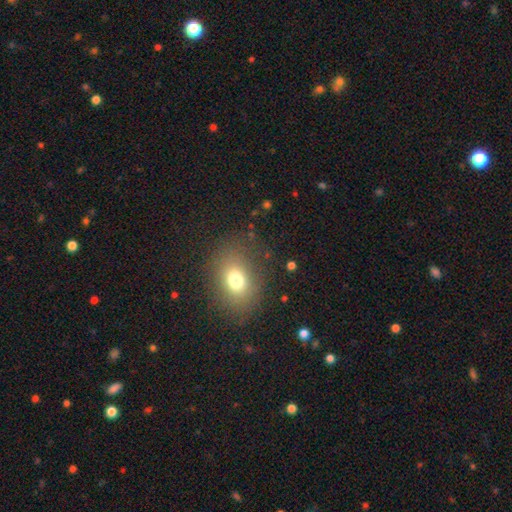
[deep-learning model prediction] Morphology: type=smooth (68%); roundness=in between (59%); merging=none (85%).